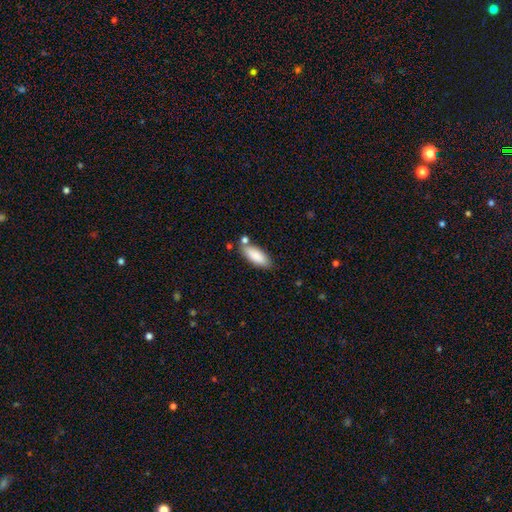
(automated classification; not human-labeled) A smooth galaxy with no disk features (86%) that is in between round and cigar-shaped (74%). Merging: none (71%).